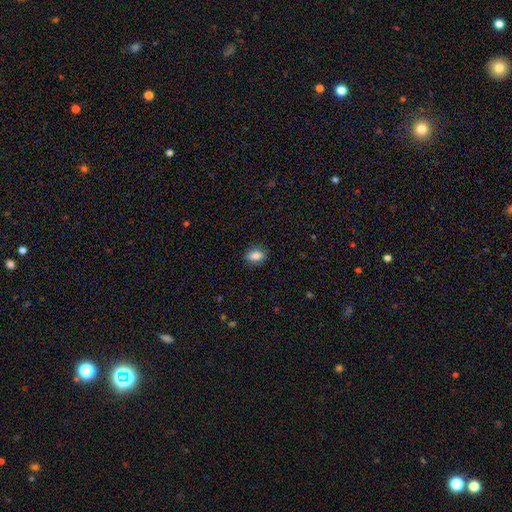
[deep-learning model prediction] A smooth galaxy with no disk features (81%) that is in between round and cigar-shaped (79%).

Vote fractions:
- Smooth or featured? smooth: 81% / featured or disk: 10% / star or artifact: 9%
- How rounded? in between: 79% / round: 15% / cigar-shaped: 6%
- Merging? none: 83% / minor disturbance: 13% / major disturbance: 3% / merger: 1%